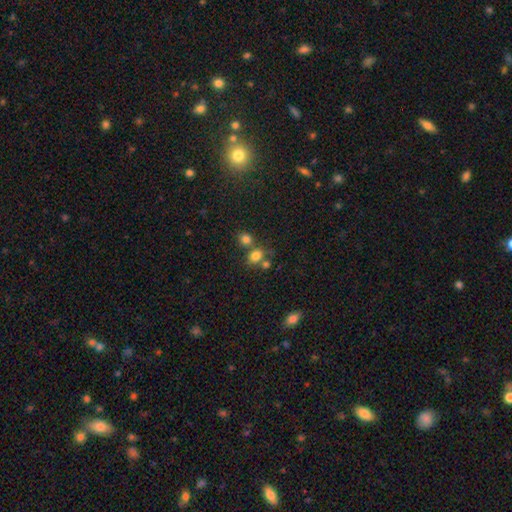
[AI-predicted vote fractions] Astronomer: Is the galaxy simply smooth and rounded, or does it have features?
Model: smooth — 77%.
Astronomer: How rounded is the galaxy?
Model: round — 49%, tied with in between at 49%.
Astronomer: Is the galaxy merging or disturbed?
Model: none — 50% (runner-up: merger, 33%).